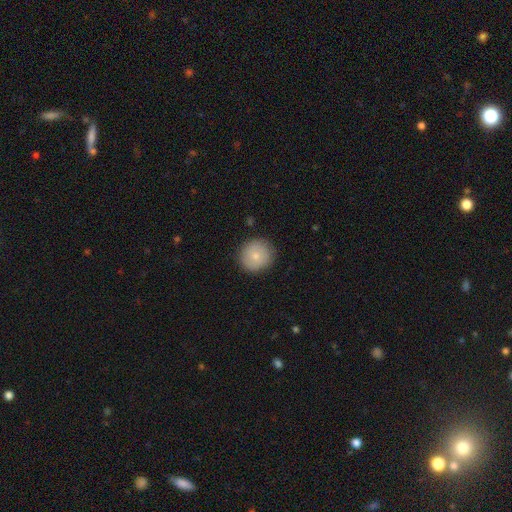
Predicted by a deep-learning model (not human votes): smooth_or_featured: smooth (p=0.76) [alt: featured or disk p=0.16]
how_rounded: round (p=0.92) [alt: in between p=0.07]
merging: none (p=0.88) [alt: minor disturbance p=0.09]